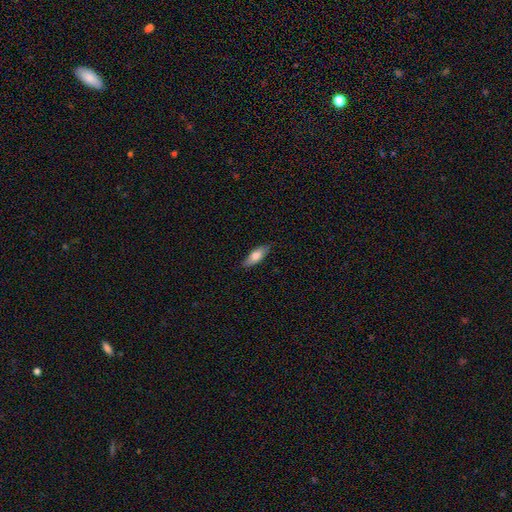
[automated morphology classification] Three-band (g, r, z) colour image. It shows a smooth galaxy with no disk features (75%) that is in between round and cigar-shaped (73%). Merging: none (84%).